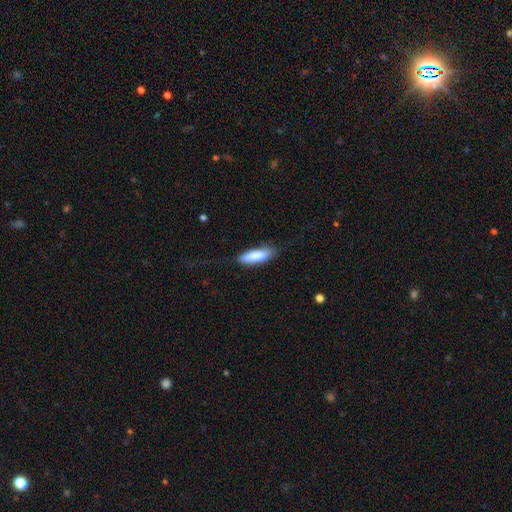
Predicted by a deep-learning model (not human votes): Q: Smooth or featured?
A: smooth (81%); runner-up: featured or disk (12%)
Q: How rounded?
A: cigar-shaped (52%); runner-up: in between (46%)
Q: Merging?
A: none (68%); runner-up: minor disturbance (23%)